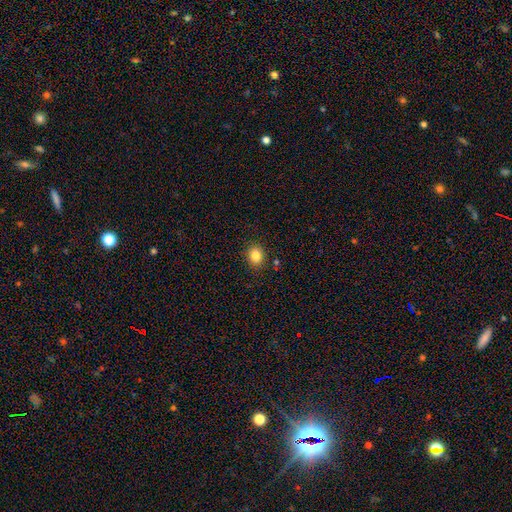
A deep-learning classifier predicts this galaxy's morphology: smooth-or-featured: smooth: 83% | star or artifact: 11% | featured or disk: 6%
  how-rounded: round: 61% | in between: 39% | cigar-shaped: 1%
  merging: none: 88% | minor disturbance: 8% | major disturbance: 2% | merger: 2%